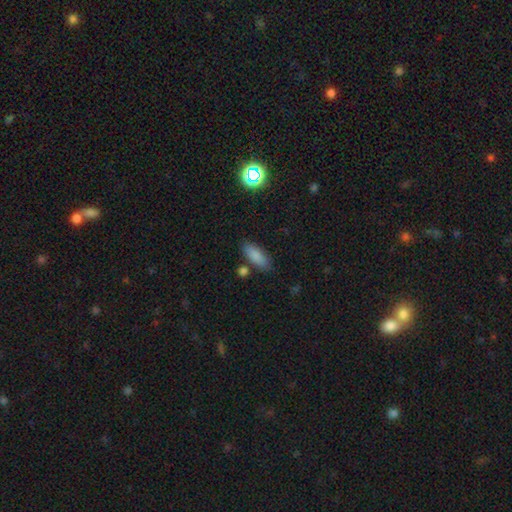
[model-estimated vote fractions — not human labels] This appears to be a smooth galaxy with no disk features (86%) that is in between round and cigar-shaped (74%). Merging: none (80%).